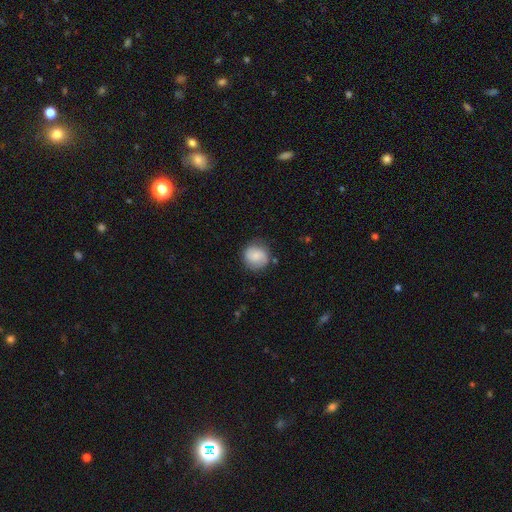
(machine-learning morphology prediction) type=smooth (67%); roundness=round (88%); merging=none (75%).